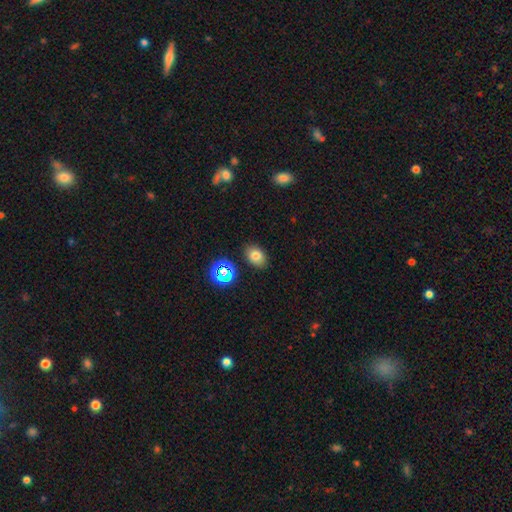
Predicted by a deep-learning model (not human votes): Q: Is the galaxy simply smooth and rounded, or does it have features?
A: smooth — 75%.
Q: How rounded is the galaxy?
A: in between — 76%.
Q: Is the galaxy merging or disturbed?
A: none — 85%.